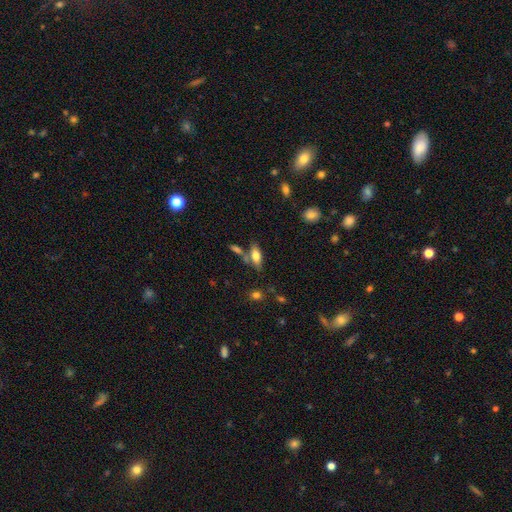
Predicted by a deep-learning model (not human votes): The model was most divided on "merging": none: 59%, merger: 21%, minor disturbance: 14%, major disturbance: 5%. More confident: how rounded — in between (75%); smooth or featured — smooth (72%).